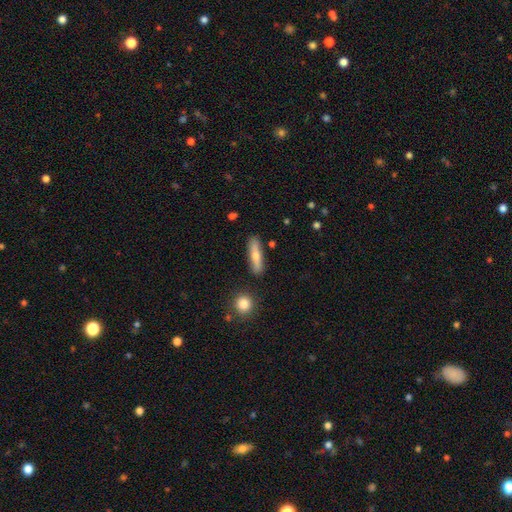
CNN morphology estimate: Overall: smooth (65%; featured or disk 29%). How rounded: cigar-shaped (75%). Merging: none (84%).